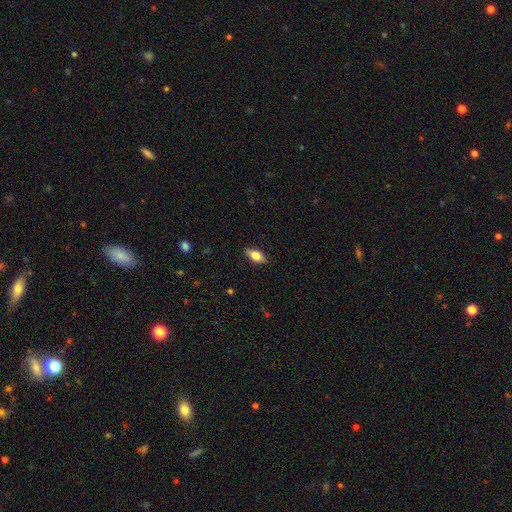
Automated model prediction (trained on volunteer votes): Morphology: type=smooth (74%); roundness=in between (86%); merging=none (86%).